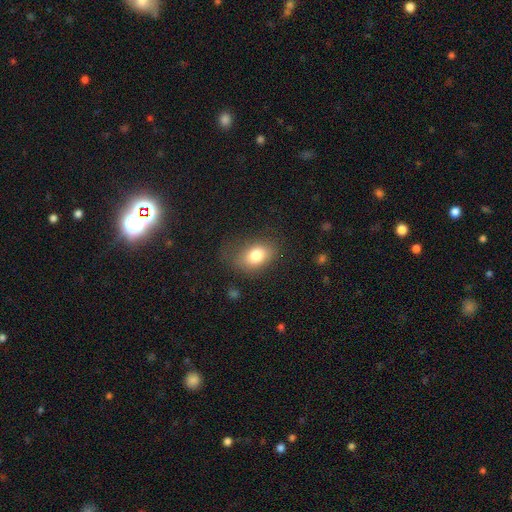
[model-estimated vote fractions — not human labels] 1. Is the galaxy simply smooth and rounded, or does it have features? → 80% smooth, 12% featured or disk, 9% star or artifact.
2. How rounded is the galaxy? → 82% in between, 17% round, 1% cigar-shaped.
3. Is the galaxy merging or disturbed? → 66% none, 21% minor disturbance, 11% major disturbance, 2% merger.